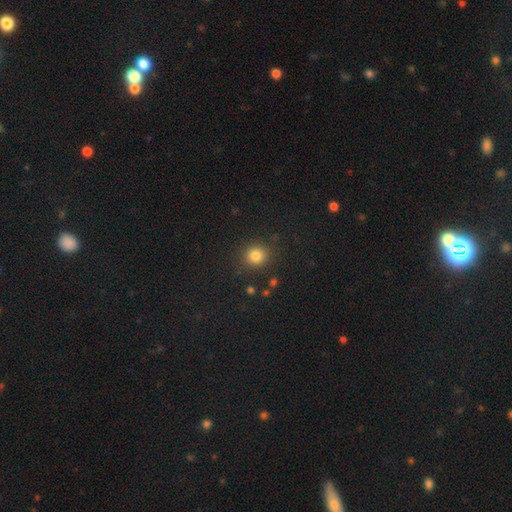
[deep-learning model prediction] smooth-or-featured: smooth: 82% | star or artifact: 13% | featured or disk: 5%
  how-rounded: round: 87% | in between: 12% | cigar-shaped: 1%
  merging: none: 88% | minor disturbance: 7% | major disturbance: 3% | merger: 2%